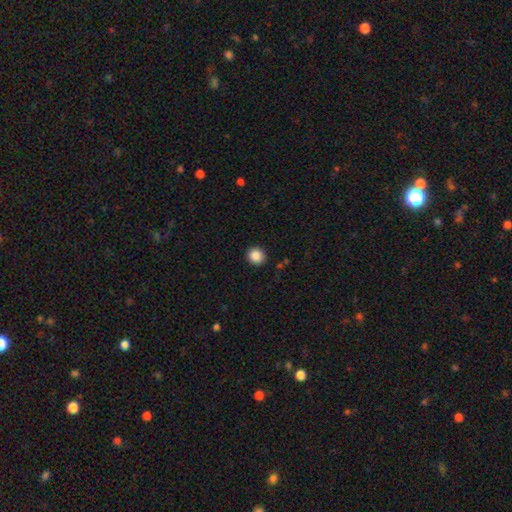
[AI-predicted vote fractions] This appears to be a smooth galaxy with no disk features (87%) that is round (88%). Merging: none (91%).